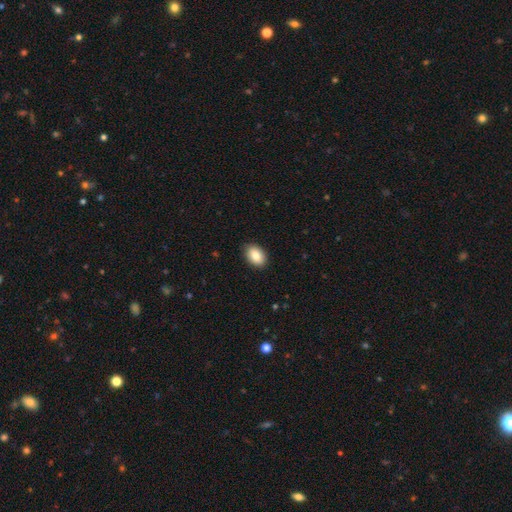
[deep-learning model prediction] Smooth or featured? Predicted: smooth (p=0.86). How rounded? Predicted: in between (p=0.84). Merging? Predicted: none (p=0.89).